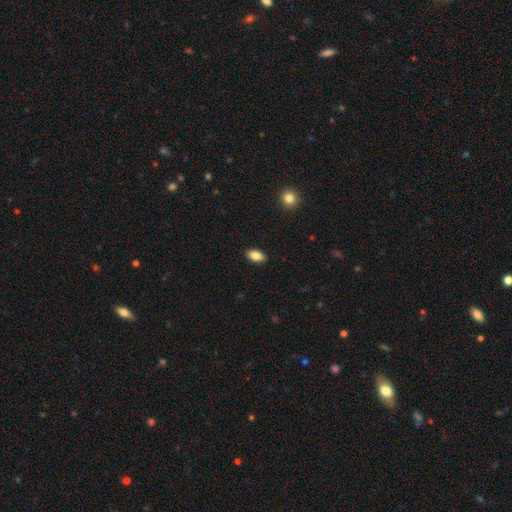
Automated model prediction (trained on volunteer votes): Morphology: type=smooth (85%); roundness=in between (91%); merging=none (89%).